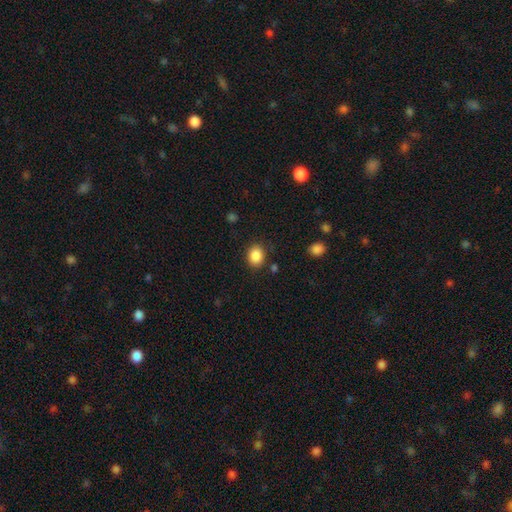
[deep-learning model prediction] smooth-or-featured: smooth: 88% | star or artifact: 9% | featured or disk: 4%
  how-rounded: round: 51% | in between: 48% | cigar-shaped: 1%
  merging: none: 86% | minor disturbance: 9% | major disturbance: 3% | merger: 2%